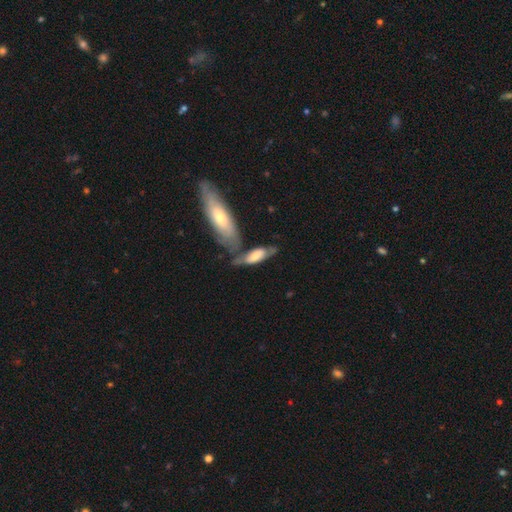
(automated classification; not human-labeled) smooth_or_featured: smooth (p=0.57) [alt: featured or disk p=0.37]
how_rounded: in between (p=0.68) [alt: cigar-shaped p=0.29]
merging: none (p=0.37) [alt: merger p=0.31]